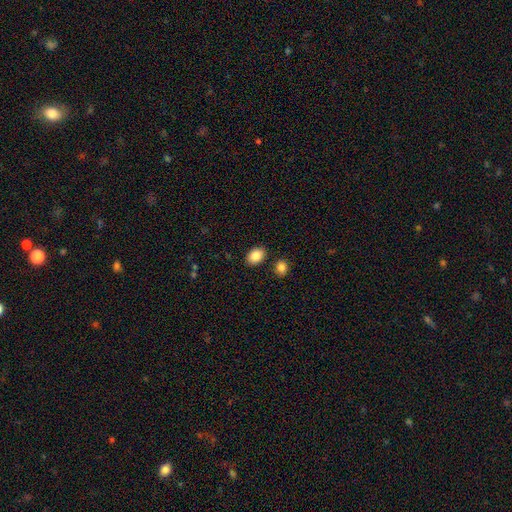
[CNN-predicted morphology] Q: Smooth or featured?
A: smooth (87%); runner-up: star or artifact (8%)
Q: How rounded?
A: in between (79%); runner-up: round (20%)
Q: Merging?
A: none (84%); runner-up: minor disturbance (9%)